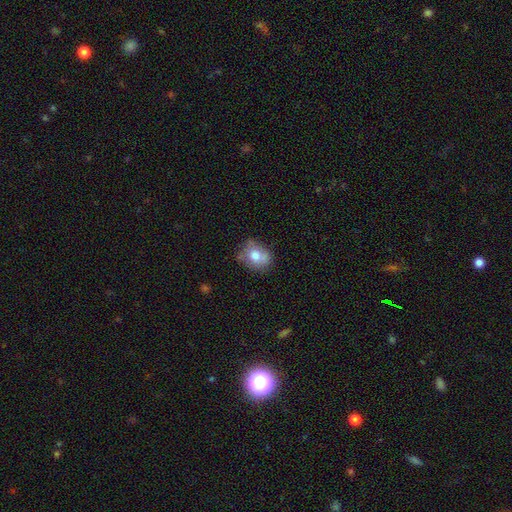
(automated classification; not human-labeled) Morphology: type=smooth (73%); roundness=round (51%); merging=none (54%).